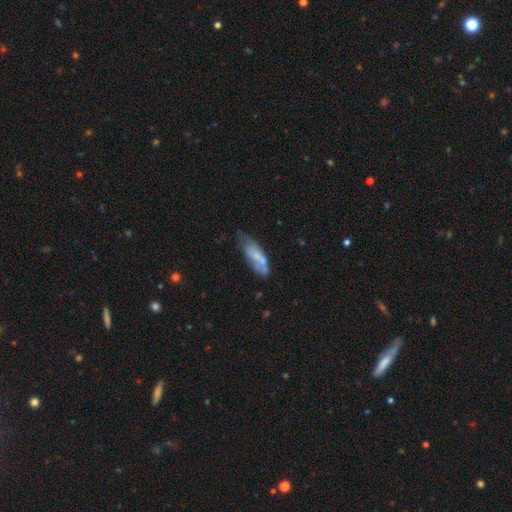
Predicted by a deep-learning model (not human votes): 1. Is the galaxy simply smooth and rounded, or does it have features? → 57% smooth, 35% featured or disk, 8% star or artifact.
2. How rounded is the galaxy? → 59% in between, 39% cigar-shaped, 2% round.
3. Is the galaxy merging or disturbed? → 36% none, 31% minor disturbance, 17% major disturbance, 16% merger.